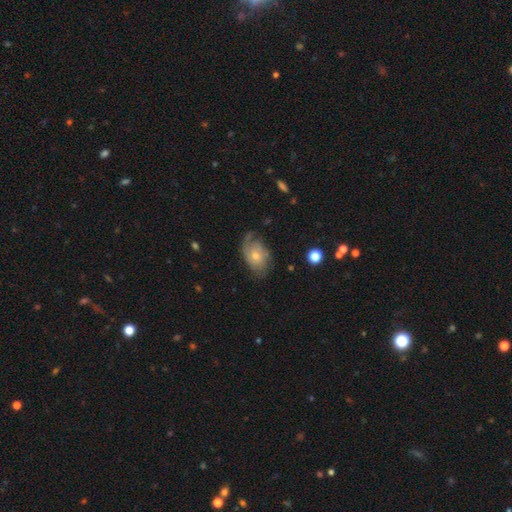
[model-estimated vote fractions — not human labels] Smooth or featured? featured or disk (51%)
Edge-on disk? no (95%)
Merging? none (49%)